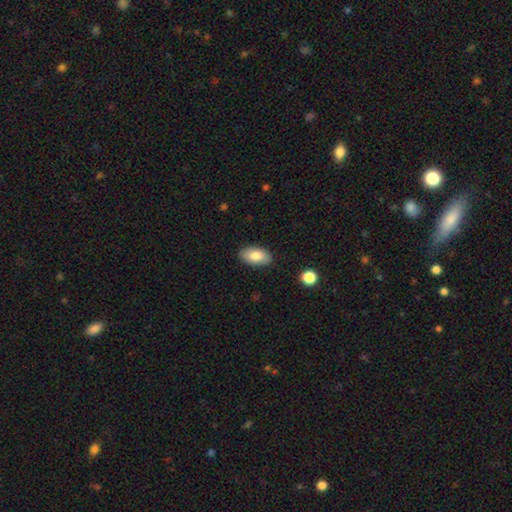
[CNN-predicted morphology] Smooth or featured?
  - smooth: 82% *
  - featured or disk: 11%
  - star or artifact: 6%
How rounded?
  - in between: 94% *
  - round: 4%
  - cigar-shaped: 3%
Merging?
  - none: 86% *
  - minor disturbance: 10%
  - major disturbance: 2%
  - merger: 1%